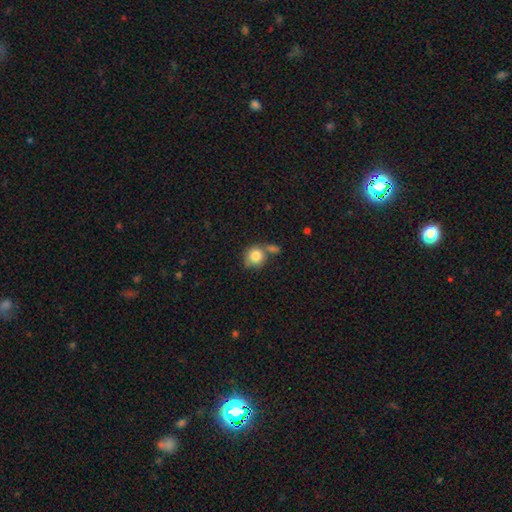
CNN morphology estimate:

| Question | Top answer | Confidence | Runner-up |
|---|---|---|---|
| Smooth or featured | smooth | 82% | featured or disk (9%) |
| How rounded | round | 86% | in between (13%) |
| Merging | none | 49% | merger (28%) |